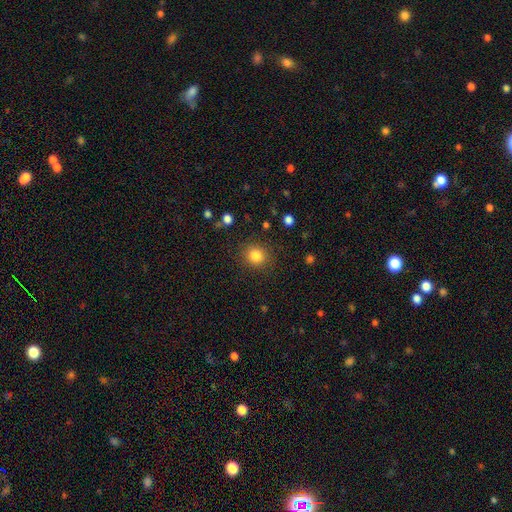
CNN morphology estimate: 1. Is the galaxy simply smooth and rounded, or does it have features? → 84% smooth, 11% star or artifact, 5% featured or disk.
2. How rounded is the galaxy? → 82% round, 17% in between, 1% cigar-shaped.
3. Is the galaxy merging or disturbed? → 87% none, 8% minor disturbance, 3% major disturbance, 1% merger.